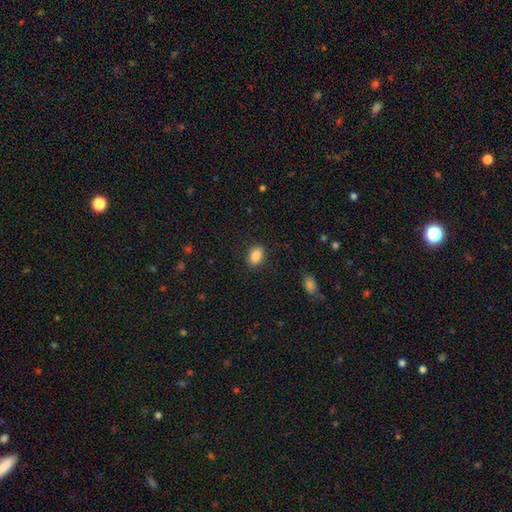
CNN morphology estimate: smooth_or_featured: smooth (p=0.88) [alt: star or artifact p=0.08]
how_rounded: in between (p=0.84) [alt: round p=0.15]
merging: none (p=0.87) [alt: minor disturbance p=0.09]